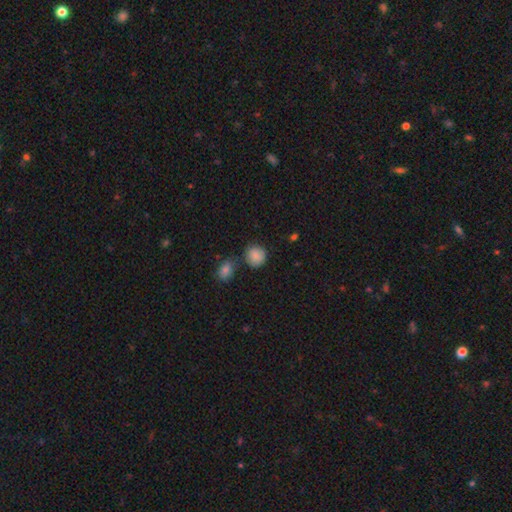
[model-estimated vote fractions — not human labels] smooth 86%, star or artifact 8%, featured or disk 6%. Down the decision tree: how rounded — round (84%); merging — none (71%).